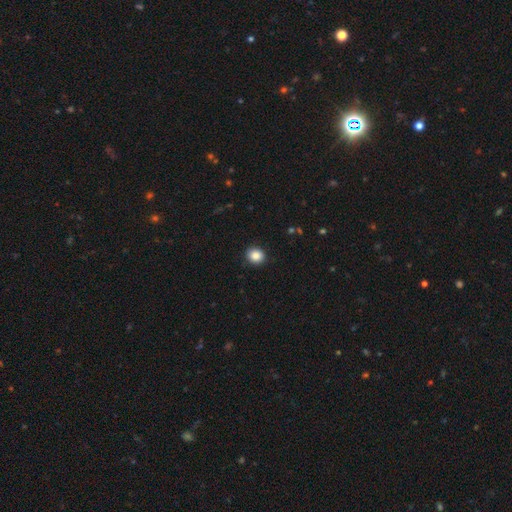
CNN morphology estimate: Smooth or featured? smooth (87%)
How rounded? round (75%)
Merging? none (91%)